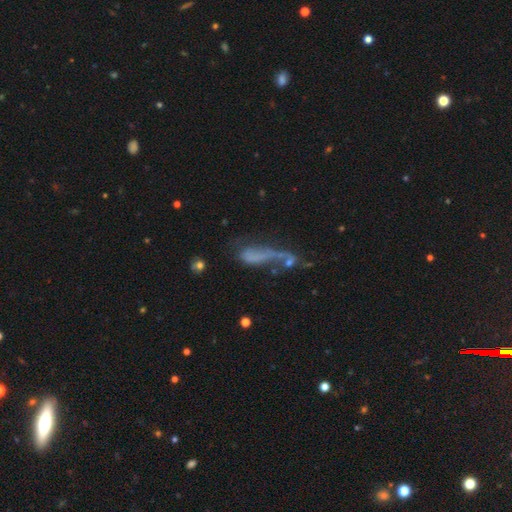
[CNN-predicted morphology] A smooth galaxy with no disk features (46%). Merging: major disturbance (36%).